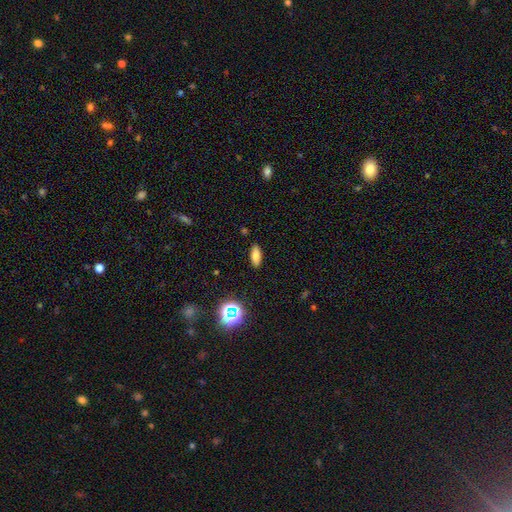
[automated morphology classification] smooth-or-featured: smooth: 78% | star or artifact: 13% | featured or disk: 10%
  how-rounded: in between: 76% | cigar-shaped: 20% | round: 3%
  merging: none: 89% | minor disturbance: 8% | major disturbance: 2% | merger: 1%